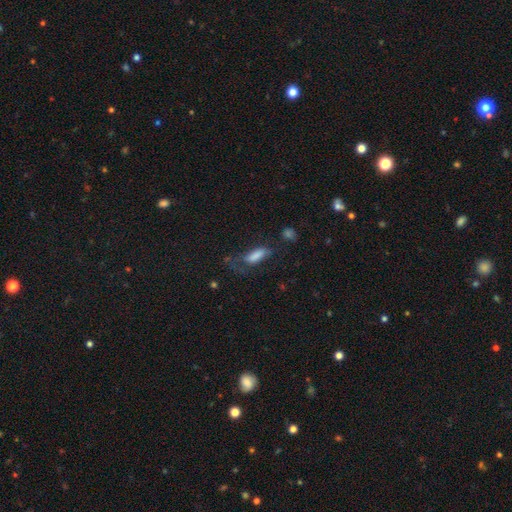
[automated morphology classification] This is likely a smooth galaxy (77%). How rounded: likely in between (69%). Merging: marginally none (38%).